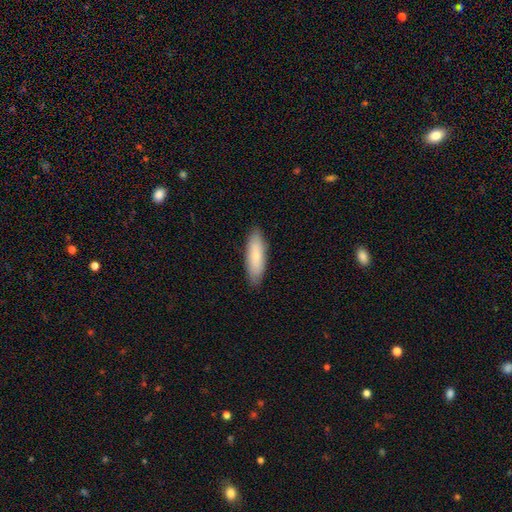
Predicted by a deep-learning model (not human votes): This appears to be a smooth galaxy with no disk features (78%) that is cigar-shaped (50%). Merging: none (88%).